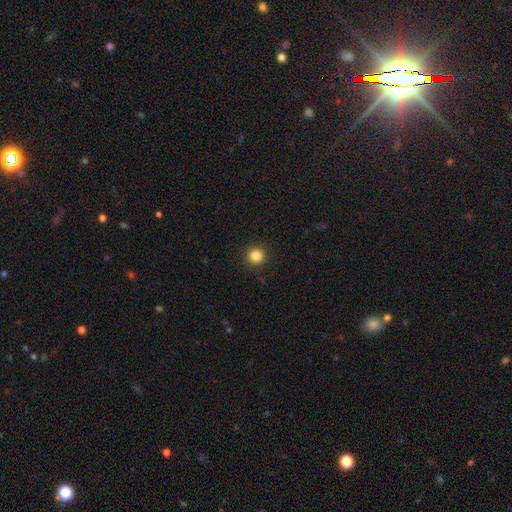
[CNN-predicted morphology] smooth 85%, star or artifact 11%, featured or disk 3%. Down the decision tree: how rounded — round (95%); merging — none (92%).